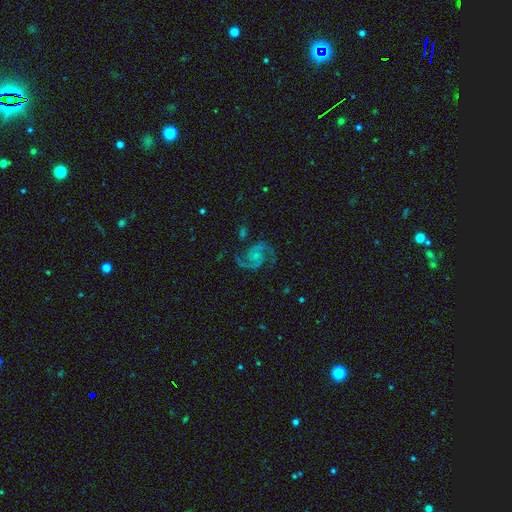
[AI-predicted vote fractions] Morphology: type=featured or disk (90%); edge-on=no (98%); bar=no (63%); spiral arms=yes (98%); winding=medium (61%); arm count=2 (94%); bulge=small (42%); merging=none (76%).